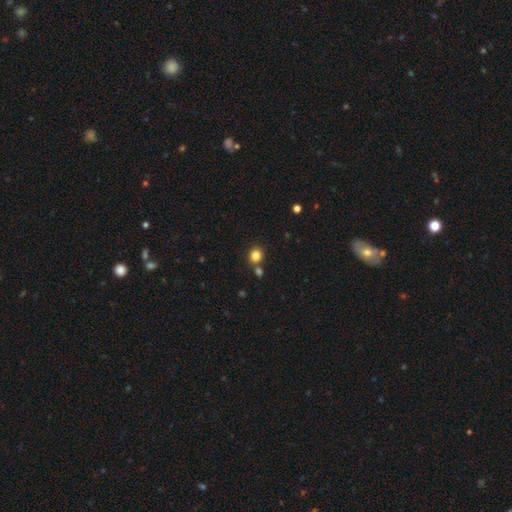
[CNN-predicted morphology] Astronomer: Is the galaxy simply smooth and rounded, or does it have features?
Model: smooth — 83%.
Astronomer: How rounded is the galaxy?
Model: round — 85%.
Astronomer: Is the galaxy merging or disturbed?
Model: none — 74%.